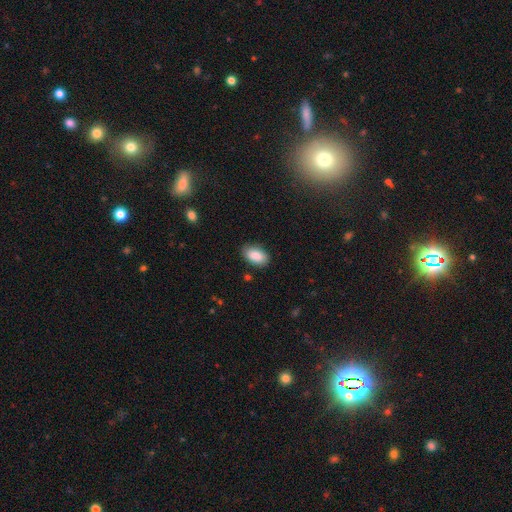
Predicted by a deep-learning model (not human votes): Smooth or featured?
  - smooth: 88% *
  - star or artifact: 7%
  - featured or disk: 6%
How rounded?
  - in between: 93% *
  - round: 5%
  - cigar-shaped: 2%
Merging?
  - none: 85% *
  - minor disturbance: 11%
  - major disturbance: 2%
  - merger: 1%